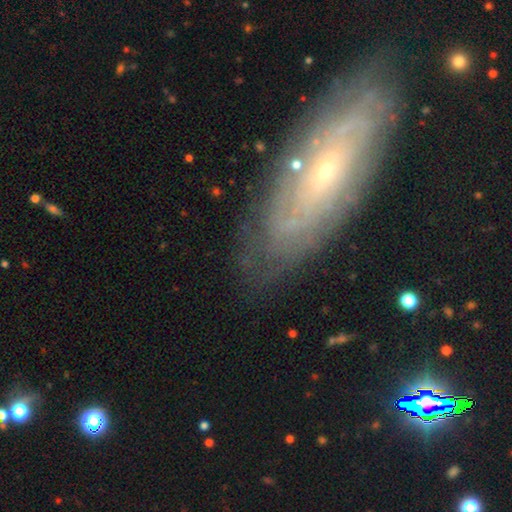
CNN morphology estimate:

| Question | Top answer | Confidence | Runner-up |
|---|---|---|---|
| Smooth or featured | featured or disk | 74% | smooth (17%) |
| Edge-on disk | no | 82% | yes (18%) |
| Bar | no | 69% | weak (24%) |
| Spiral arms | yes | 86% | no (14%) |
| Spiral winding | tight | 77% | medium (18%) |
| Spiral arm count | can't tell | 65% | 2 (11%) |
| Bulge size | small | 79% | moderate (17%) |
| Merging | none | 83% | minor disturbance (12%) |